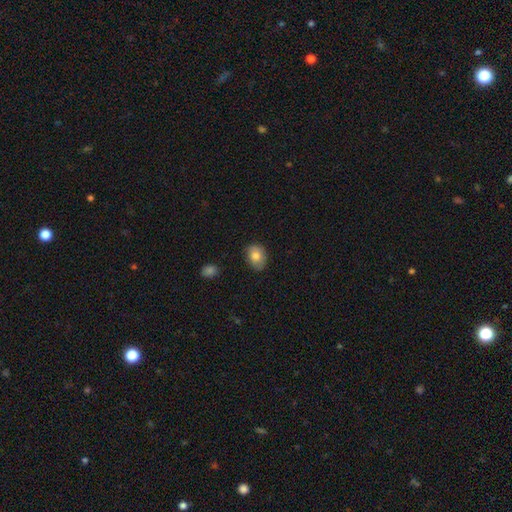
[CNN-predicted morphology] Smooth or featured?
  - smooth: 80% *
  - featured or disk: 13%
  - star or artifact: 8%
How rounded?
  - in between: 68% *
  - round: 31%
  - cigar-shaped: 1%
Merging?
  - none: 77% *
  - minor disturbance: 18%
  - major disturbance: 3%
  - merger: 1%